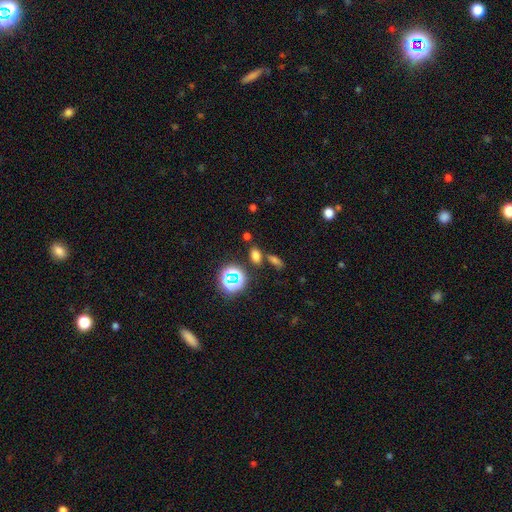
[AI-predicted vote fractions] Smooth or featured? Predicted: smooth (p=0.66). How rounded? Predicted: in between (p=0.76). Merging? Predicted: none (p=0.70).